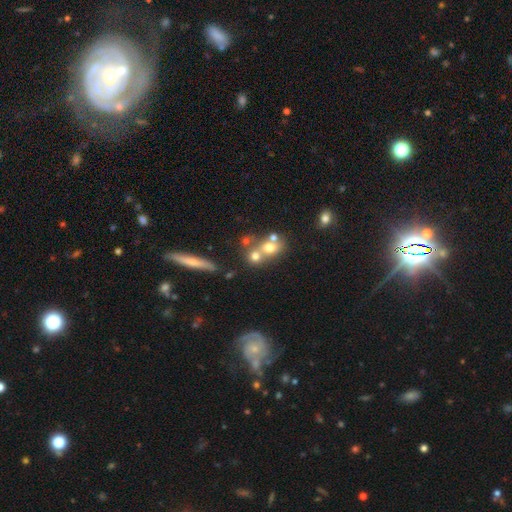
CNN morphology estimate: smooth_or_featured: smooth (p=0.39) [alt: featured or disk p=0.34]
merging: none (p=0.46) [alt: merger p=0.37]